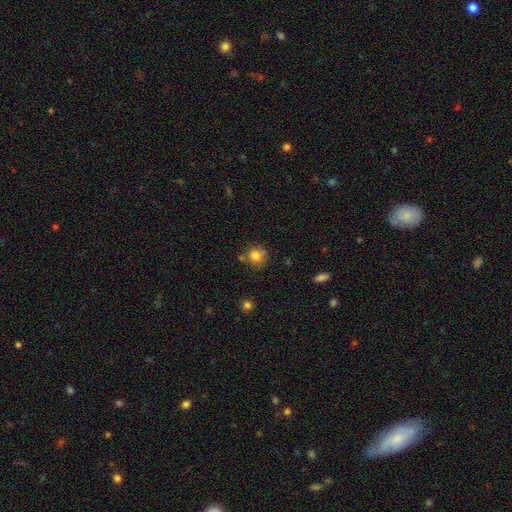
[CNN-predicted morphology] Smooth or featured? smooth (81%)
How rounded? round (87%)
Merging? none (71%)